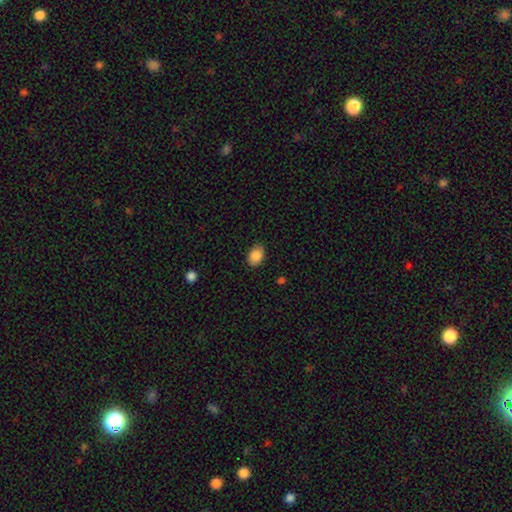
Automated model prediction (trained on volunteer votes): Q: Smooth or featured?
A: smooth (88%); runner-up: star or artifact (8%)
Q: How rounded?
A: in between (77%); runner-up: round (22%)
Q: Merging?
A: none (86%); runner-up: minor disturbance (10%)